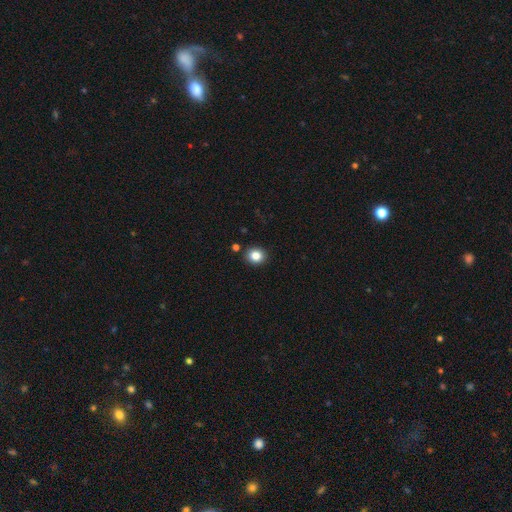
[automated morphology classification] Smooth or featured: smooth — 84% (star or artifact — 11%)
How rounded: round — 76% (in between — 23%)
Merging: none — 90% (minor disturbance — 6%)